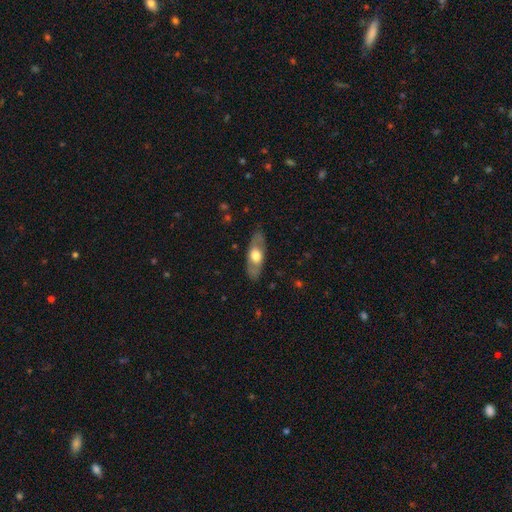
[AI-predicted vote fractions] A smooth galaxy with no disk features (50%). Merging: none (83%).